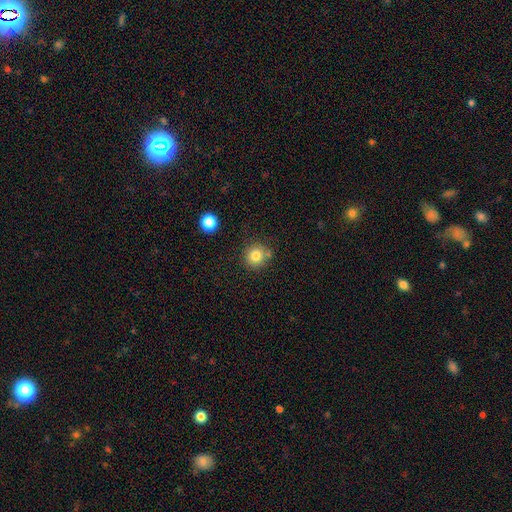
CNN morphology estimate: smooth-or-featured: smooth: 82% | star or artifact: 11% | featured or disk: 7%
  how-rounded: round: 91% | in between: 8% | cigar-shaped: 1%
  merging: none: 76% | minor disturbance: 12% | merger: 9% | major disturbance: 3%